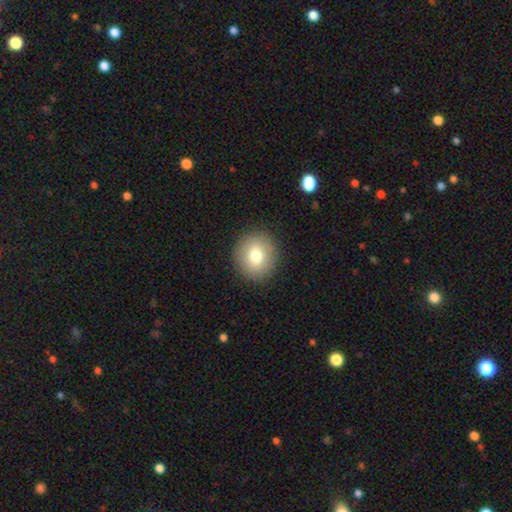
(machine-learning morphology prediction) Smooth or featured?
  - smooth: 76% *
  - featured or disk: 14%
  - star or artifact: 10%
How rounded?
  - round: 85% *
  - in between: 14%
  - cigar-shaped: 1%
Merging?
  - none: 90% *
  - minor disturbance: 6%
  - major disturbance: 2%
  - merger: 1%